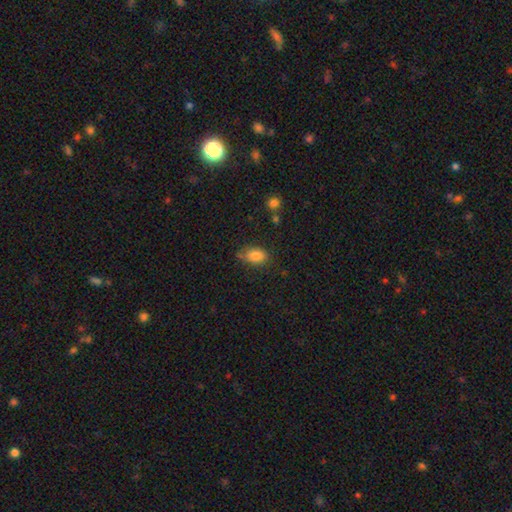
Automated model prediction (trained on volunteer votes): smooth_or_featured: smooth (p=0.85) [alt: star or artifact p=0.09]
how_rounded: in between (p=0.87) [alt: round p=0.11]
merging: none (p=0.67) [alt: minor disturbance p=0.24]